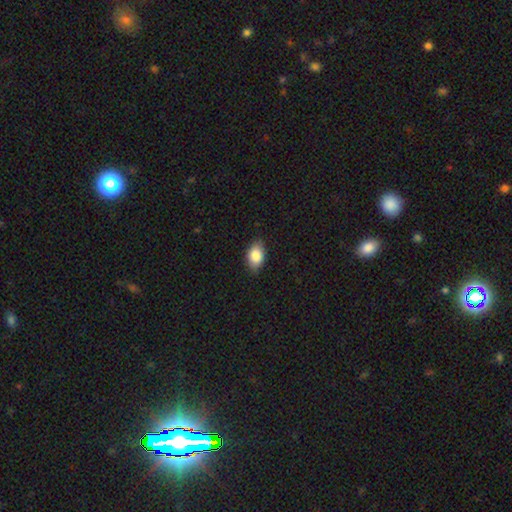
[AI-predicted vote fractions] smooth 86%, star or artifact 7%, featured or disk 7%. Down the decision tree: how rounded — in between (89%); merging — none (84%).